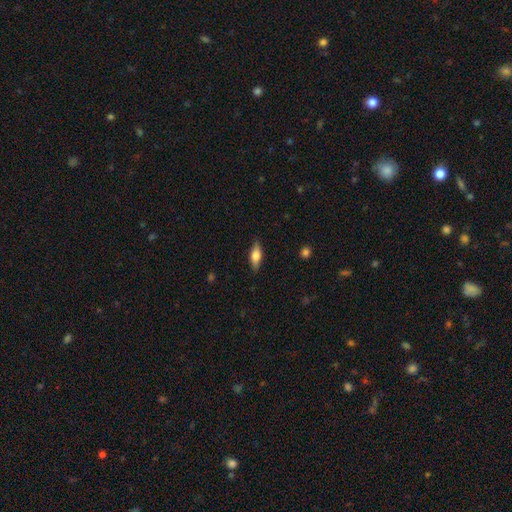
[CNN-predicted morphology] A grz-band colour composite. It shows a smooth galaxy with no disk features (63%) that is in between round and cigar-shaped (68%). Merging: none (85%).